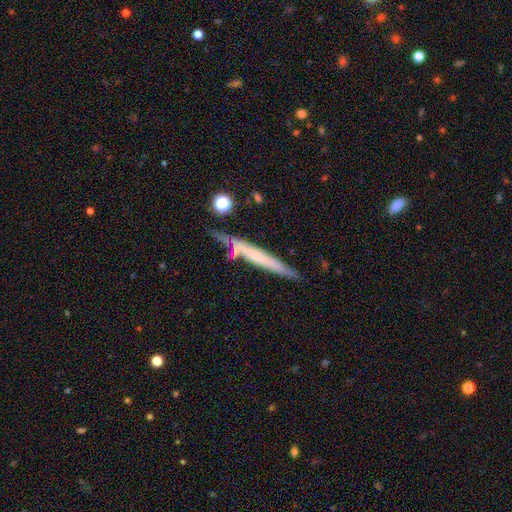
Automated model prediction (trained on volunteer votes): Smooth or featured?
  - featured or disk: 50% *
  - smooth: 42%
  - star or artifact: 8%
Edge-on disk?
  - yes: 91% *
  - no: 9%
Merging?
  - none: 71% *
  - minor disturbance: 17%
  - merger: 7%
  - major disturbance: 4%